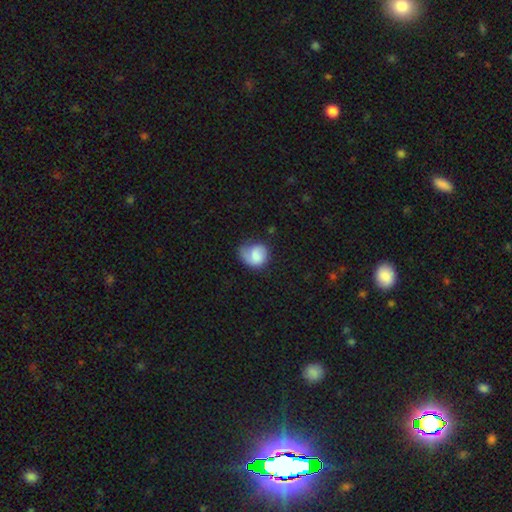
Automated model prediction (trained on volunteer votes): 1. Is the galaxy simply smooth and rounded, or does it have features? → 64% smooth, 28% featured or disk, 7% star or artifact.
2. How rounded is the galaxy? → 67% round, 32% in between, 1% cigar-shaped.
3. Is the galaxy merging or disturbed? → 45% none, 31% minor disturbance, 21% major disturbance, 3% merger.